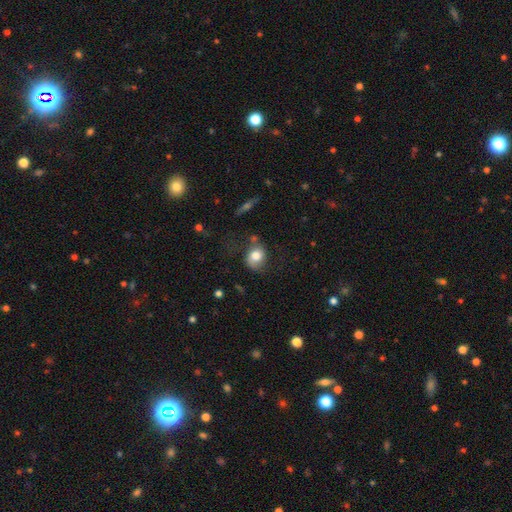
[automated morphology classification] This appears to be a smooth galaxy with no disk features (73%) that is round (52%). Merging: none (55%).